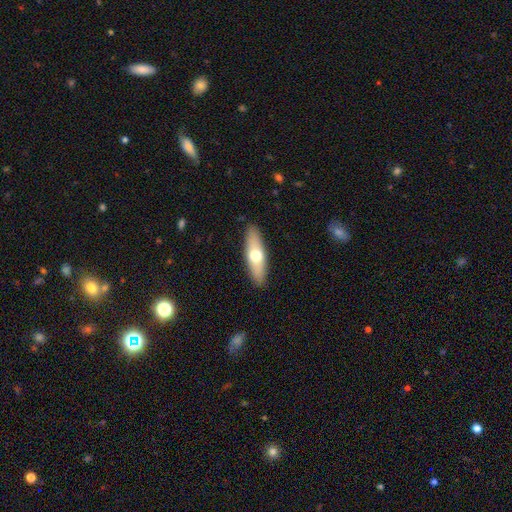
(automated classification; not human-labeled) Q: Smooth or featured?
A: smooth (59%); runner-up: featured or disk (36%)
Q: How rounded?
A: cigar-shaped (49%); runner-up: in between (48%)
Q: Merging?
A: none (89%); runner-up: minor disturbance (8%)